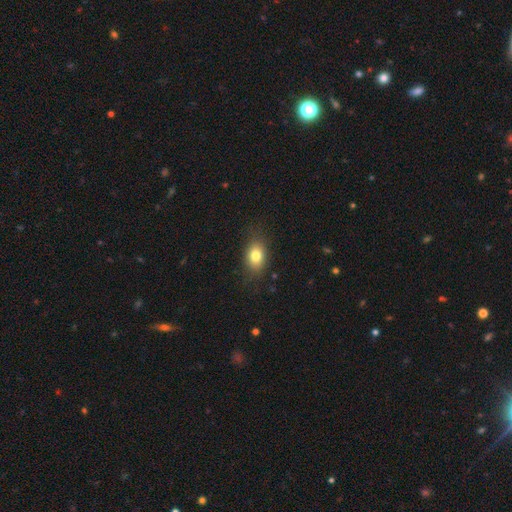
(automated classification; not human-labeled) A smooth galaxy with no disk features (80%) that is in between round and cigar-shaped (74%).

Vote fractions:
- Smooth or featured? smooth: 80% / featured or disk: 10% / star or artifact: 10%
- How rounded? in between: 74% / round: 25% / cigar-shaped: 1%
- Merging? none: 82% / minor disturbance: 13% / major disturbance: 4% / merger: 1%